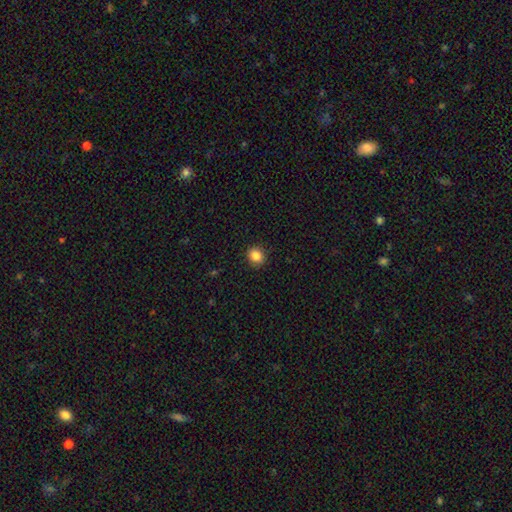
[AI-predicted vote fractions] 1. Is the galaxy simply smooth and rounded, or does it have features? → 86% smooth, 10% star or artifact, 4% featured or disk.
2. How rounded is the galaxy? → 67% round, 32% in between, 1% cigar-shaped.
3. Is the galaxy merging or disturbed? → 90% none, 7% minor disturbance, 2% major disturbance, 1% merger.